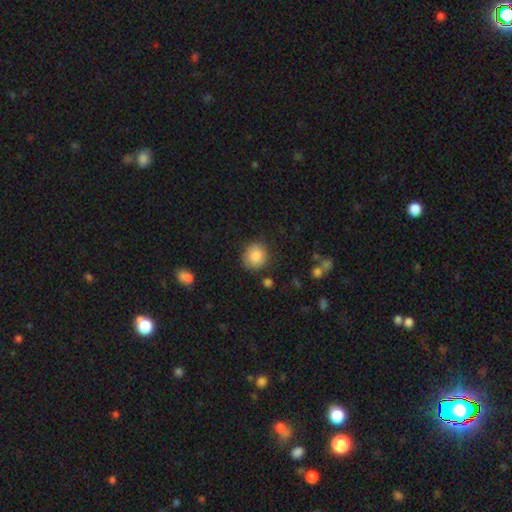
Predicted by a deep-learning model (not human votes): Morphology: type=smooth (85%); roundness=round (89%); merging=none (85%).